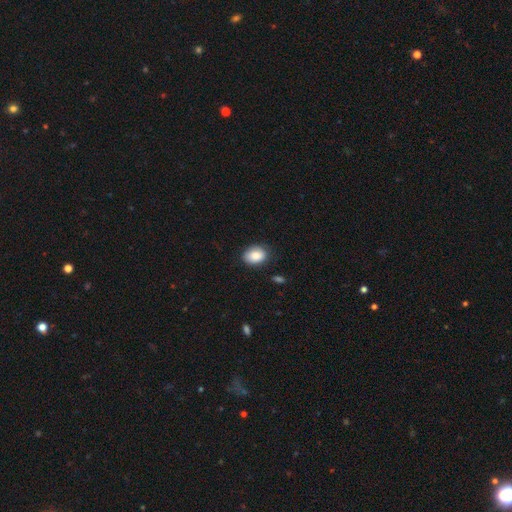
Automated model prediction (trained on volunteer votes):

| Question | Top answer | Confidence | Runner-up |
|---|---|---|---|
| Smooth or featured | smooth | 87% | star or artifact (7%) |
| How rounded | in between | 78% | round (21%) |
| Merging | none | 81% | minor disturbance (15%) |